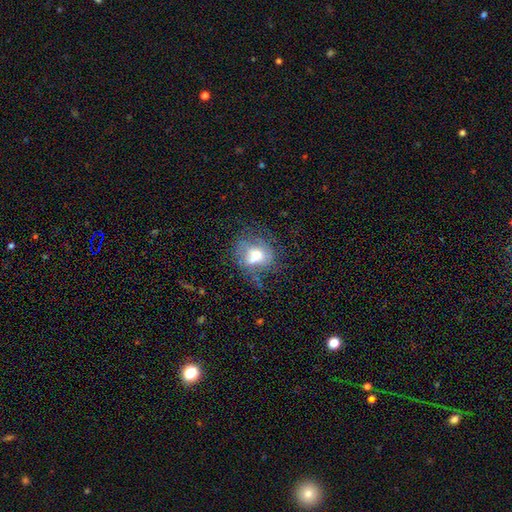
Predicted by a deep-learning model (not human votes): Smooth or featured?
  - smooth: 47% *
  - featured or disk: 41%
  - star or artifact: 12%
Merging?
  - none: 41% *
  - minor disturbance: 24%
  - major disturbance: 23%
  - merger: 13%